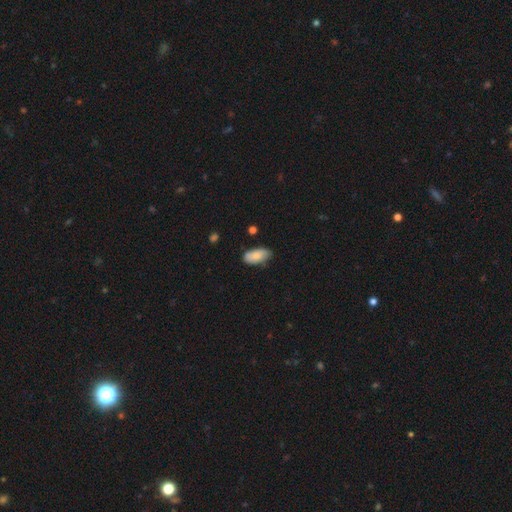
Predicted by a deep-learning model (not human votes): This is clearly a smooth galaxy (81%). How rounded: clearly in between (92%). Merging: likely none (75%).